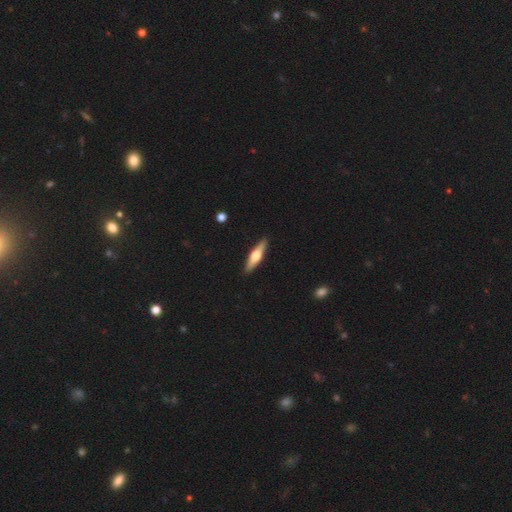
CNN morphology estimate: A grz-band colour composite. It shows a featured or disk galaxy (53%) viewed edge-on (94%) with a rounded central bulge (93%). Merging: none (91%).